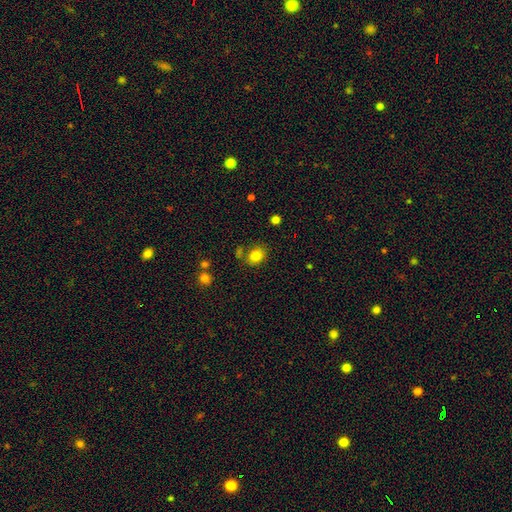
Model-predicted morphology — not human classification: Overall: smooth (82%). How rounded: round (50%; in between 49%). Merging: none (75%).